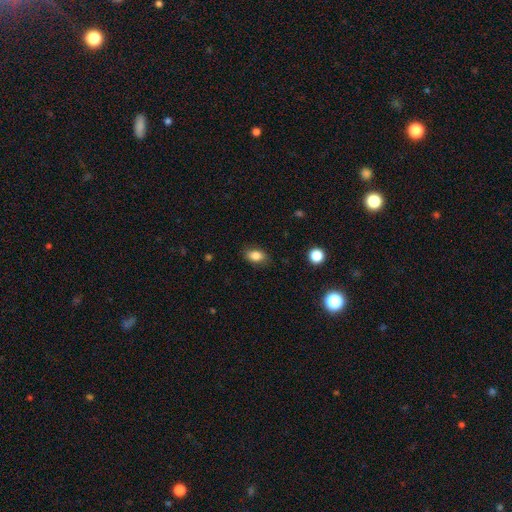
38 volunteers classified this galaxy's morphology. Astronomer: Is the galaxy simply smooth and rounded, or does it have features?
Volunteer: smooth — 89%.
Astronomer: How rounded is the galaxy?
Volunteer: in between — 88%.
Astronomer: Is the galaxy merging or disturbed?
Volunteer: none — 92%.